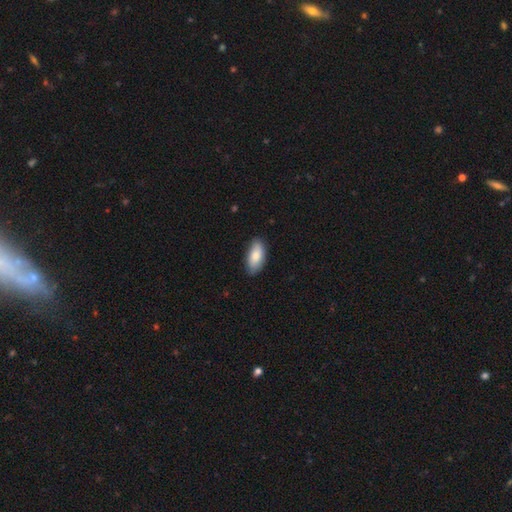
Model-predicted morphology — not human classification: Smooth or featured? Predicted: smooth (p=0.82). How rounded? Predicted: in between (p=0.91). Merging? Predicted: none (p=0.84).